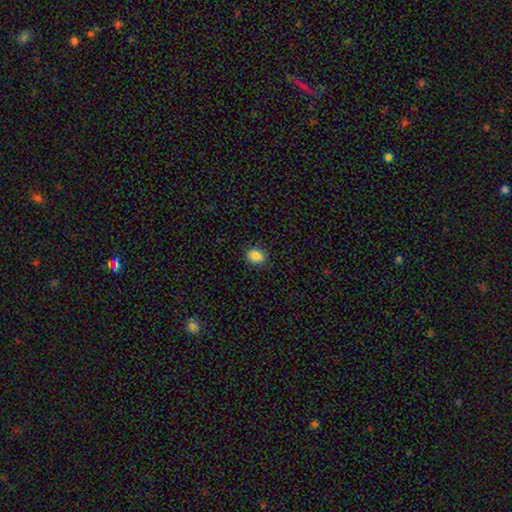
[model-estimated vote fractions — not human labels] Overall: smooth (86%). How rounded: in between (53%; round 45%). Merging: none (86%).